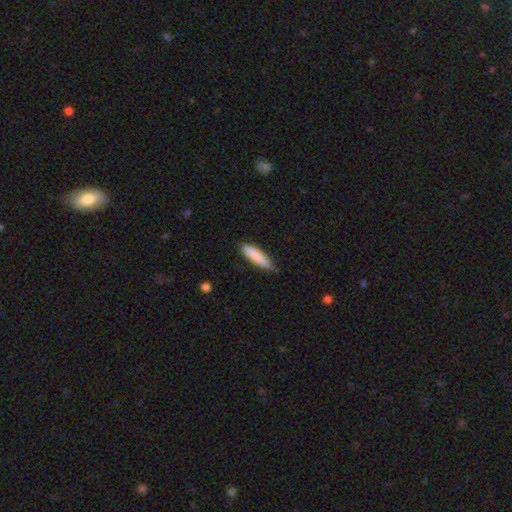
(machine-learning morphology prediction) A smooth galaxy with no disk features (86%) that is cigar-shaped (70%). Merging: none (76%).